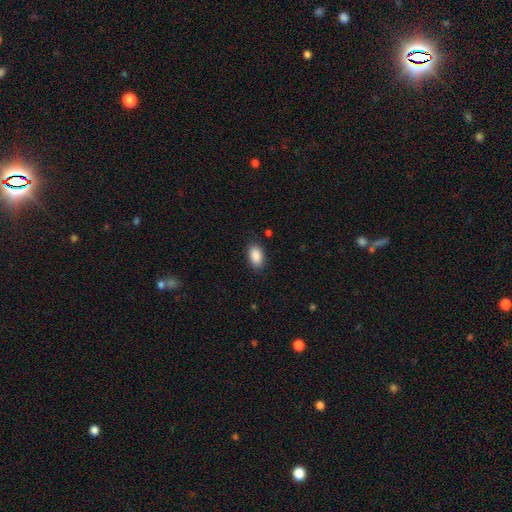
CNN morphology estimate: Q: Smooth or featured?
A: smooth (90%); runner-up: star or artifact (7%)
Q: How rounded?
A: in between (92%); runner-up: round (6%)
Q: Merging?
A: none (86%); runner-up: minor disturbance (10%)